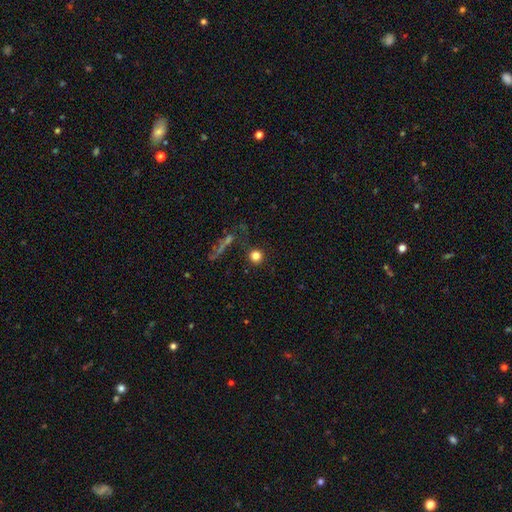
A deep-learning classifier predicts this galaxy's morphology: Smooth or featured?
  - smooth: 80% *
  - star or artifact: 13%
  - featured or disk: 7%
How rounded?
  - round: 93% *
  - in between: 5%
  - cigar-shaped: 2%
Merging?
  - none: 81% *
  - minor disturbance: 8%
  - merger: 6%
  - major disturbance: 5%